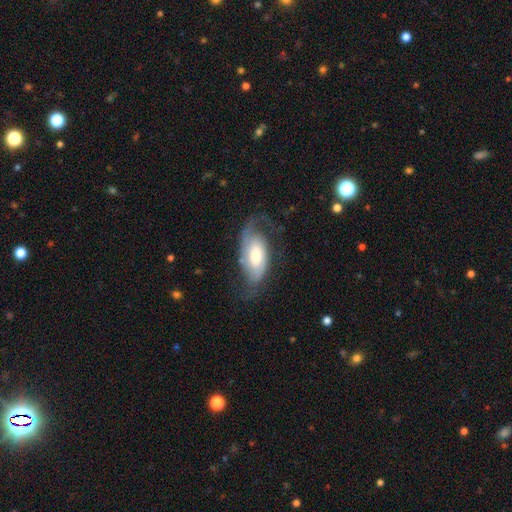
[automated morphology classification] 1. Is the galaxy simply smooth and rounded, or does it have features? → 70% featured or disk, 24% smooth, 6% star or artifact.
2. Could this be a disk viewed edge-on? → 94% no, 6% yes.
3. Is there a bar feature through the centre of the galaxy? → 55% no, 34% weak, 10% strong.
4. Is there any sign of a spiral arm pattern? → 91% yes, 9% no.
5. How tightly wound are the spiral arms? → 41% medium, 39% loose, 20% tight.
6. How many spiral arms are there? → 73% 2, 12% 1, 10% can't tell, 3% 3, 1% 4, 1% more than 4.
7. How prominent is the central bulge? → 49% moderate, 26% large, 17% small, 4% dominant, 3% none.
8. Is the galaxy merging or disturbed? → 54% none, 23% major disturbance, 22% minor disturbance, 2% merger.